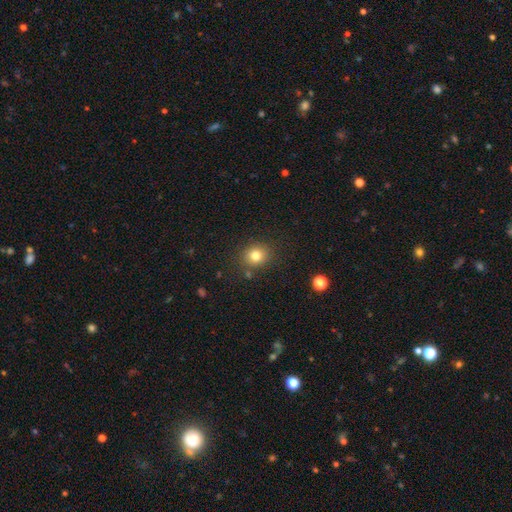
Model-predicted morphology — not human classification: Smooth or featured? Predicted: smooth (p=0.80). How rounded? Predicted: round (p=0.74). Merging? Predicted: none (p=0.84).